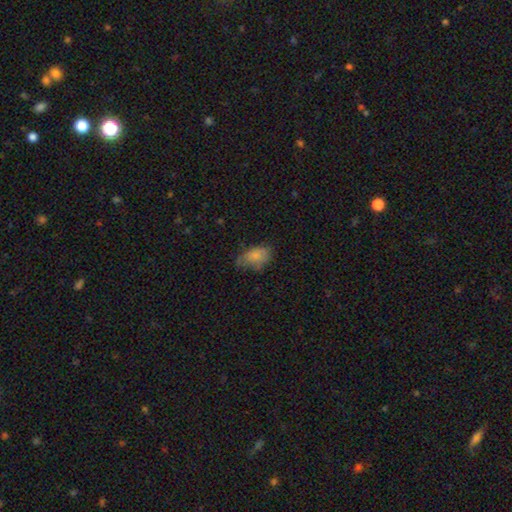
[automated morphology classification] A smooth galaxy with no disk features (78%) that is in between round and cigar-shaped (88%).

Vote fractions:
- Smooth or featured? smooth: 78% / featured or disk: 11% / star or artifact: 10%
- How rounded? in between: 88% / round: 10% / cigar-shaped: 2%
- Merging? none: 46% / minor disturbance: 37% / major disturbance: 15% / merger: 2%